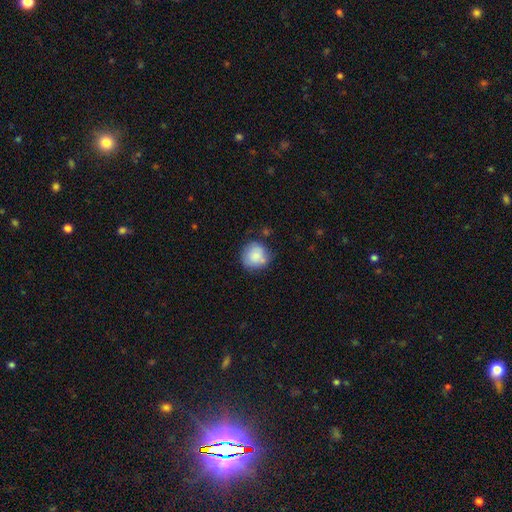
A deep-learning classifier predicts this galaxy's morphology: smooth_or_featured: smooth (p=0.78) [alt: featured or disk p=0.14]
how_rounded: round (p=0.89) [alt: in between p=0.10]
merging: none (p=0.65) [alt: minor disturbance p=0.21]